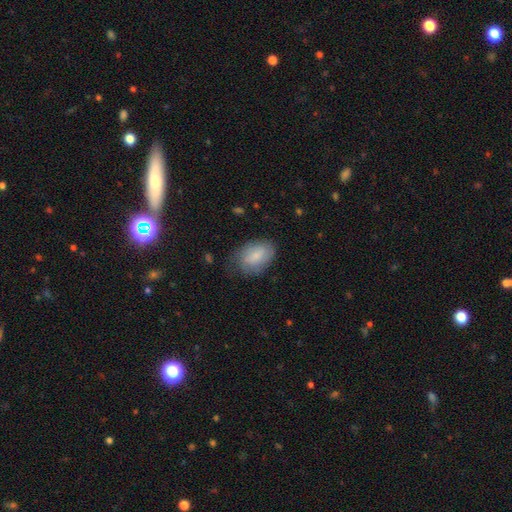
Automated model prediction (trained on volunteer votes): Morphology: type=smooth (76%); roundness=in between (90%); merging=none (62%).